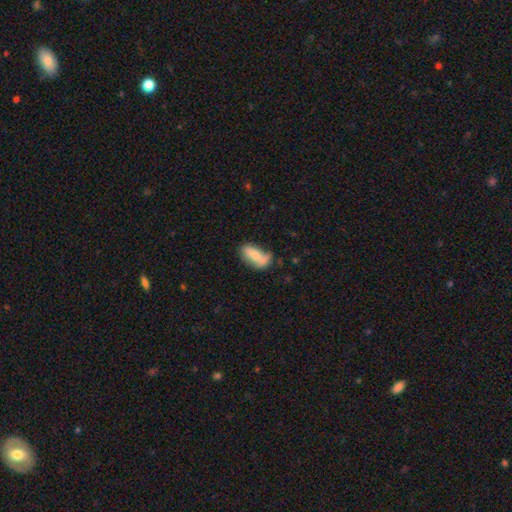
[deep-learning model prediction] This appears to be a smooth galaxy with no disk features (70%) that is in between round and cigar-shaped (87%). Merging: none (42%).